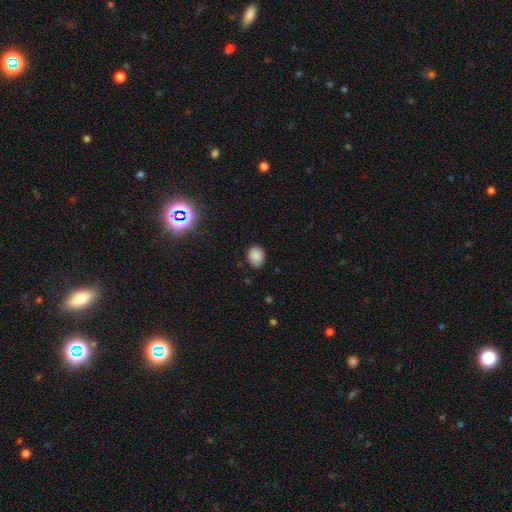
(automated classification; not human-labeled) Smooth or featured?
  - smooth: 86% *
  - star or artifact: 11%
  - featured or disk: 3%
How rounded?
  - round: 61% *
  - in between: 38%
  - cigar-shaped: 1%
Merging?
  - none: 81% *
  - minor disturbance: 14%
  - major disturbance: 3%
  - merger: 1%